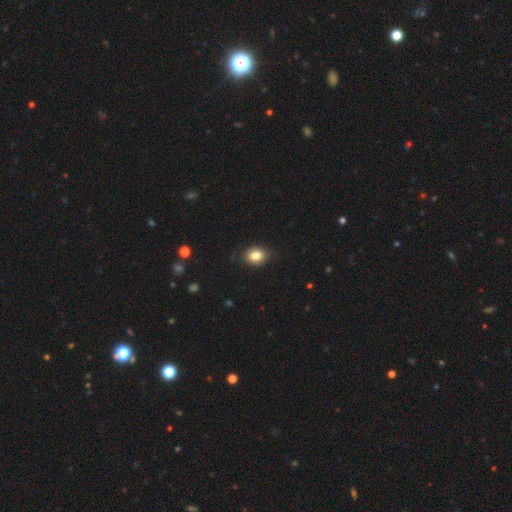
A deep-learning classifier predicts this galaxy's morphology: This appears to be a smooth galaxy with no disk features (83%) that is in between round and cigar-shaped (63%). Merging: none (84%).